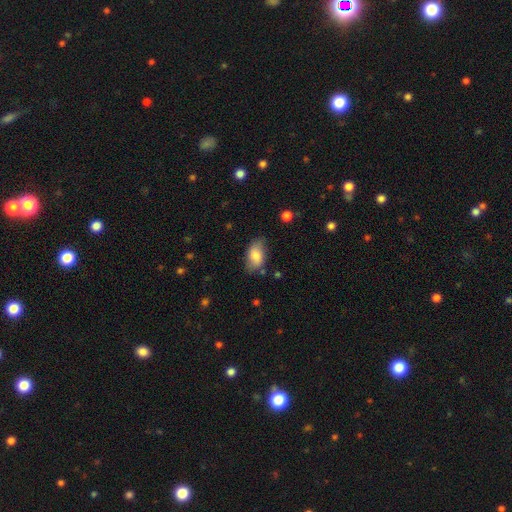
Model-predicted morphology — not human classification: The model was most divided on "merging": none: 70%, minor disturbance: 22%, major disturbance: 5%, merger: 2%. More confident: how rounded — in between (92%); smooth or featured — smooth (82%).